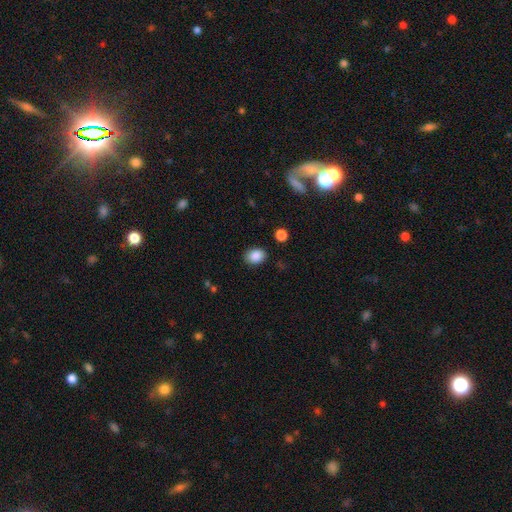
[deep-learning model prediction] A smooth galaxy with no disk features (87%) that is in between round and cigar-shaped (66%). Merging: none (85%).